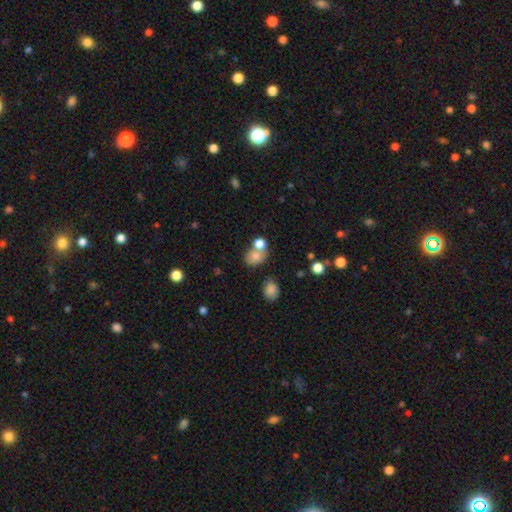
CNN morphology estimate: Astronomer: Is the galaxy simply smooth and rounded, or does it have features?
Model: smooth — 78%.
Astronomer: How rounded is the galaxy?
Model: round — 55% (runner-up: in between, 44%).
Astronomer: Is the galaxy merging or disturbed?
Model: none — 44% (runner-up: merger, 39%).